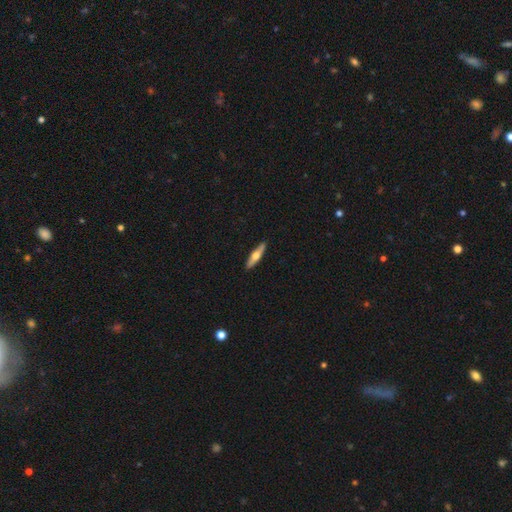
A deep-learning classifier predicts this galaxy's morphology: Smooth or featured?
  - featured or disk: 50% *
  - smooth: 45%
  - star or artifact: 5%
Merging?
  - none: 91% *
  - minor disturbance: 7%
  - major disturbance: 1%
  - merger: 1%